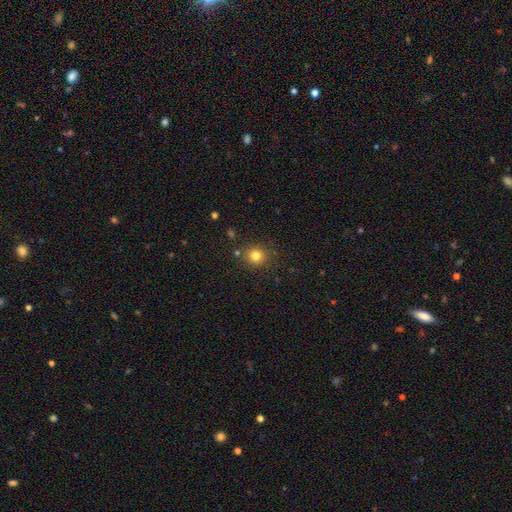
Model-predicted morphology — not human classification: Smooth or featured? smooth (80%)
How rounded? round (84%)
Merging? none (83%)